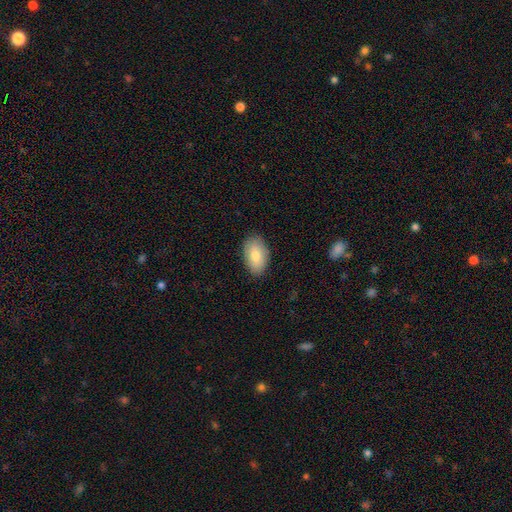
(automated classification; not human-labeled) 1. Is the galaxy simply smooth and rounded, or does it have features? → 81% smooth, 13% featured or disk, 6% star or artifact.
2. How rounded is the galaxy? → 93% in between, 5% round, 1% cigar-shaped.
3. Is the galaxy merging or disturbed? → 86% none, 11% minor disturbance, 2% major disturbance, 1% merger.